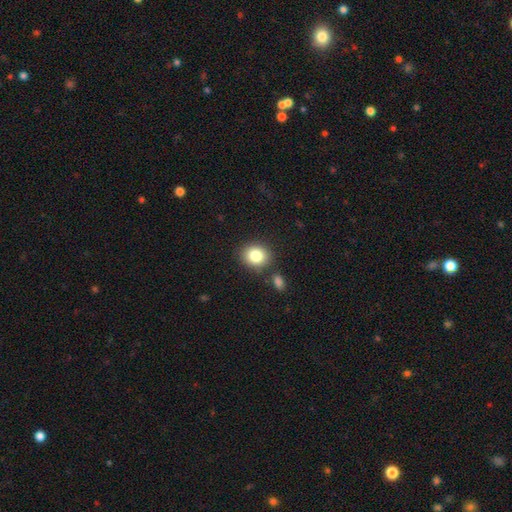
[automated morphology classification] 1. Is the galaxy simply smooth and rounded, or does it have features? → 82% smooth, 10% star or artifact, 8% featured or disk.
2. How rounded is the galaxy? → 67% round, 32% in between, 1% cigar-shaped.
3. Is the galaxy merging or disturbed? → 81% none, 9% minor disturbance, 6% merger, 3% major disturbance.